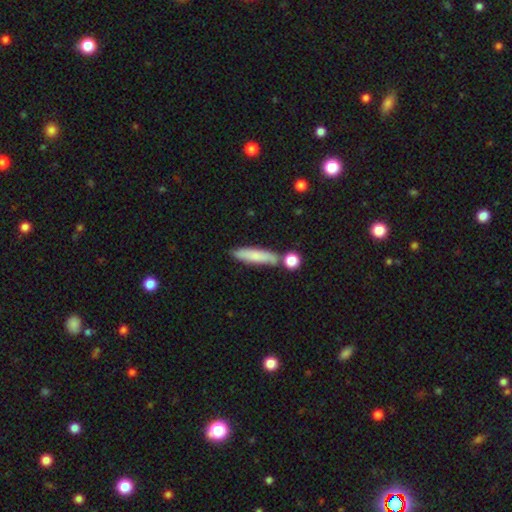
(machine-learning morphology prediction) A smooth galaxy with no disk features (74%) that is cigar-shaped (79%).

Vote fractions:
- Smooth or featured? smooth: 74% / featured or disk: 19% / star or artifact: 7%
- How rounded? cigar-shaped: 79% / in between: 19% / round: 2%
- Merging? none: 70% / minor disturbance: 15% / merger: 11% / major disturbance: 4%